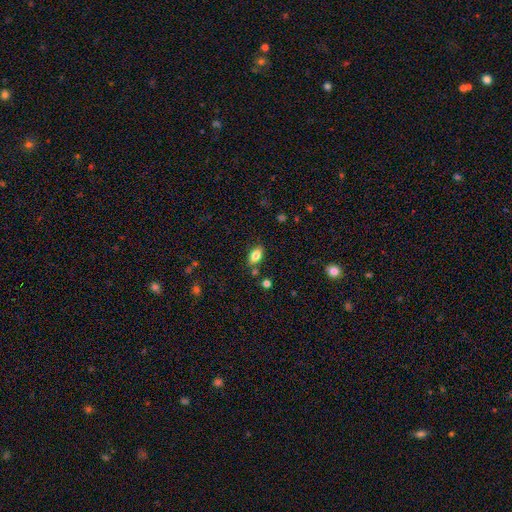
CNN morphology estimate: This is clearly a smooth galaxy (81%). How rounded: clearly in between (89%). Merging: likely none (78%).